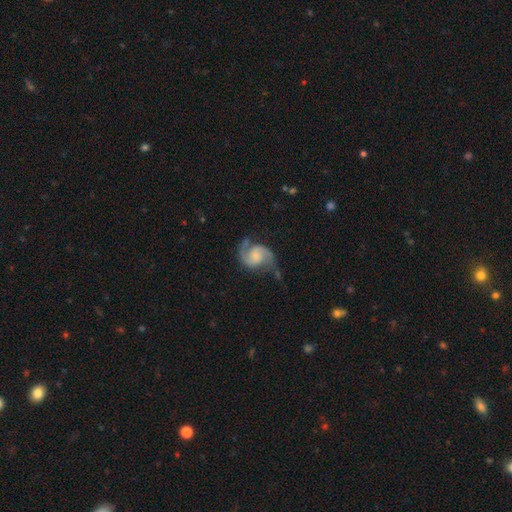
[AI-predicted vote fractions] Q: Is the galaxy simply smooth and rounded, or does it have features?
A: featured or disk — 88%.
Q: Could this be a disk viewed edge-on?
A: no — 98%.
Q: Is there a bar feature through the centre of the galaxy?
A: no — 62%.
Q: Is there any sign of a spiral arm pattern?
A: yes — 98%.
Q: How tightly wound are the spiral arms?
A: medium — 49%.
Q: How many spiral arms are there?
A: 2 — 93%.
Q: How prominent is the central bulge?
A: small — 39%.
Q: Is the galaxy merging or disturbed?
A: none — 67%.